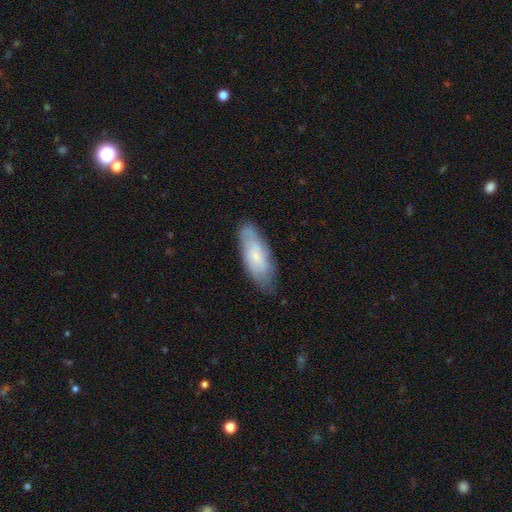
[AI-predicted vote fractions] smooth_or_featured: smooth (p=0.53) [alt: featured or disk p=0.41]
how_rounded: in between (p=0.70) [alt: cigar-shaped p=0.28]
merging: none (p=0.74) [alt: minor disturbance p=0.21]